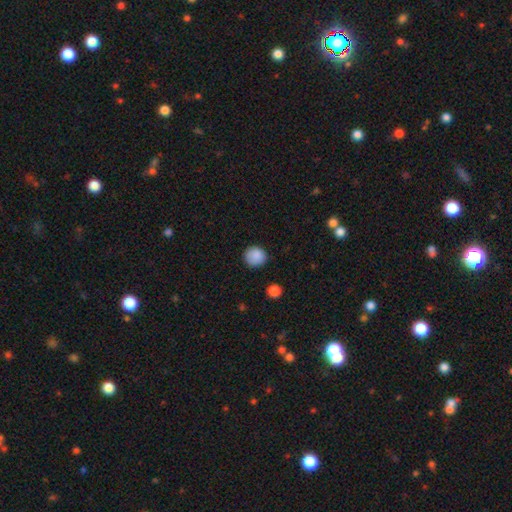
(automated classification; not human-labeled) This is clearly a smooth galaxy (88%). How rounded: clearly round (91%). Merging: clearly none (86%).